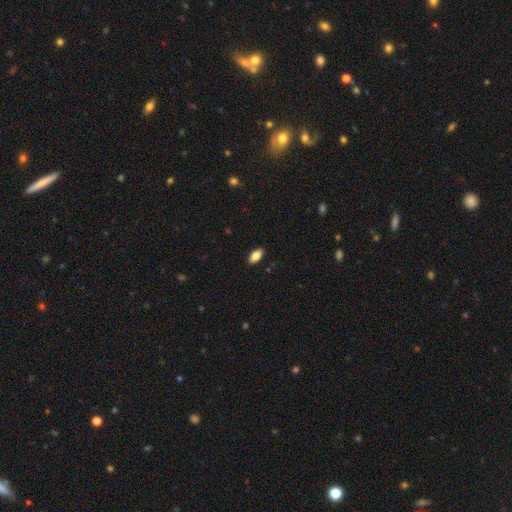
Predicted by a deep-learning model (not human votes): Morphology: type=smooth (84%); roundness=in between (91%); merging=none (89%).